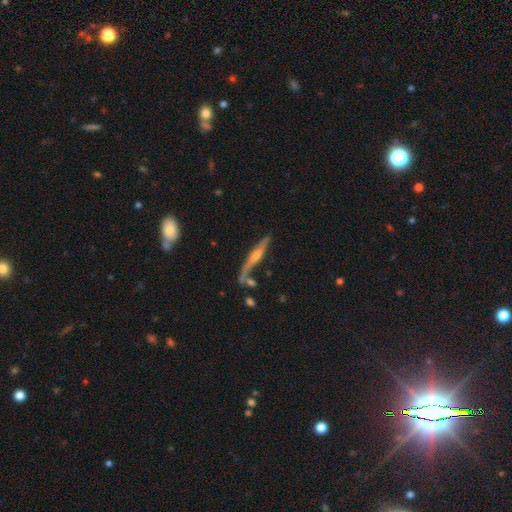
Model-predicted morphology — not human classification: type=featured or disk (75%); edge-on=yes (95%); edge-on bulge=rounded (87%); merging=none (67%).